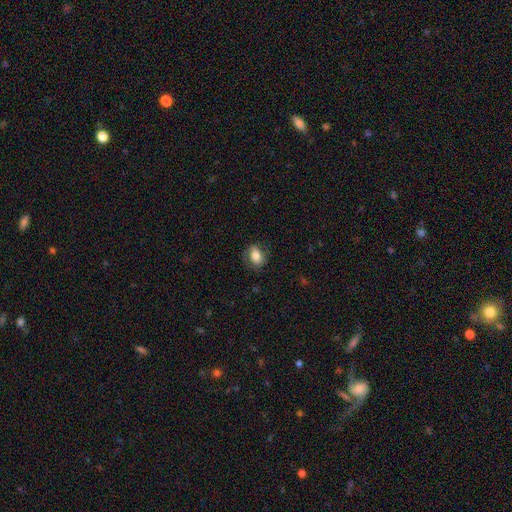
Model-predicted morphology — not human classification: smooth_or_featured: smooth (p=0.73) [alt: featured or disk p=0.19]
how_rounded: in between (p=0.75) [alt: round p=0.22]
merging: none (p=0.71) [alt: minor disturbance p=0.19]